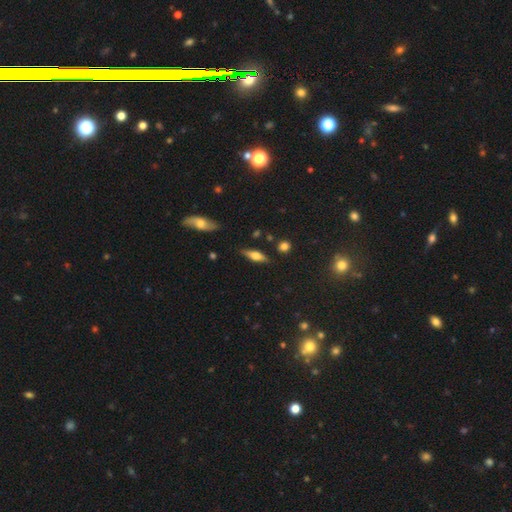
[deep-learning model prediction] Morphology: type=smooth (47%); merging=none (82%).